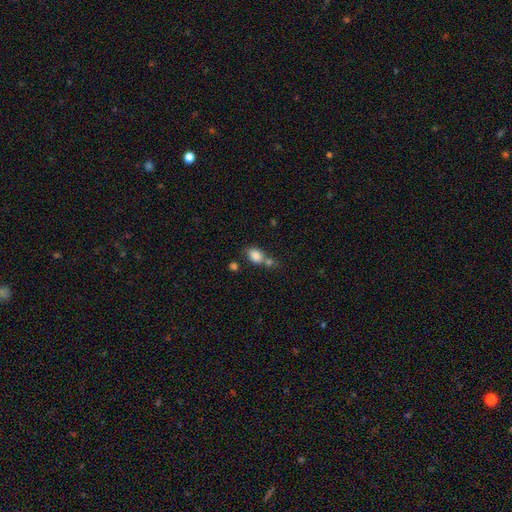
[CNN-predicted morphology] The model was most divided on "merging": merger: 41%, none: 40%, minor disturbance: 13%, major disturbance: 6%. More confident: smooth or featured — smooth (82%); how rounded — in between (67%).